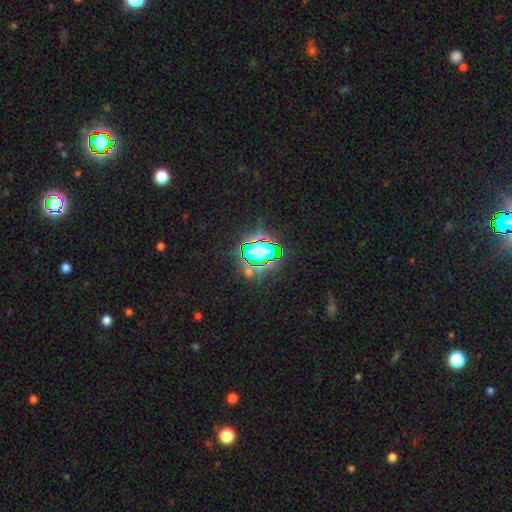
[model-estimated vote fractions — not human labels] Morphology: type=star or artifact (84%).